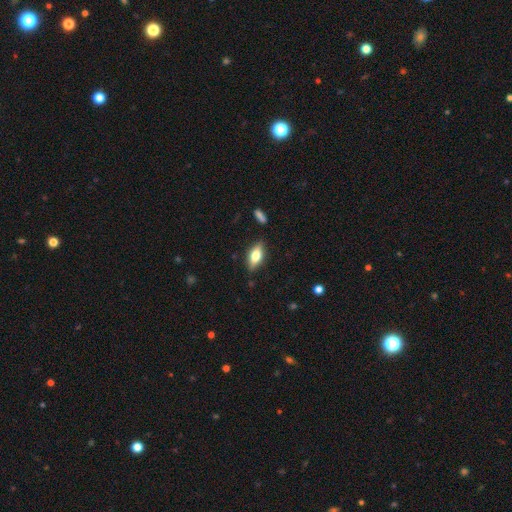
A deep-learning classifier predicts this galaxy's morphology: The model was most divided on "smooth or featured": smooth: 59%, featured or disk: 34%, star or artifact: 7%. More confident: merging — none (84%); how rounded — in between (75%).